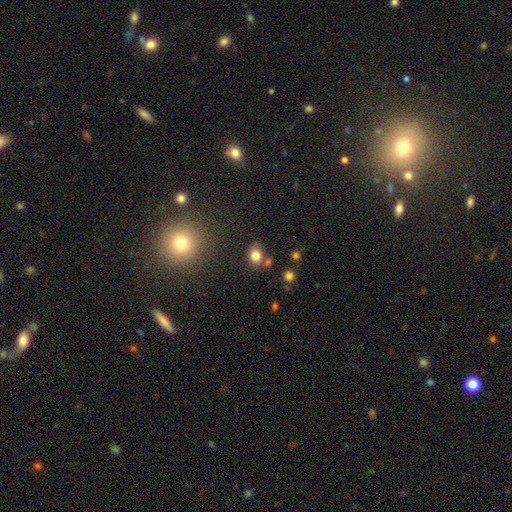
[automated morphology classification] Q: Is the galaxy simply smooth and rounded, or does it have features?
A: smooth — 81%.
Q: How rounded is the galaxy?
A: round — 52%.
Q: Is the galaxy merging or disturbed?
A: none — 70%.